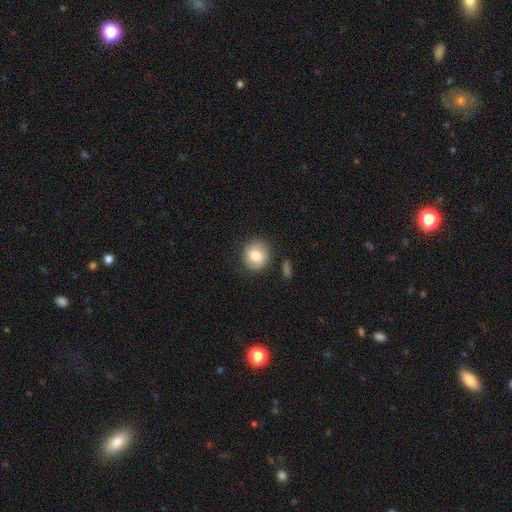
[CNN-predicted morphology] Smooth or featured?
  - smooth: 76% *
  - featured or disk: 17%
  - star or artifact: 7%
How rounded?
  - round: 77% *
  - in between: 22%
  - cigar-shaped: 1%
Merging?
  - none: 77% *
  - minor disturbance: 15%
  - major disturbance: 5%
  - merger: 3%